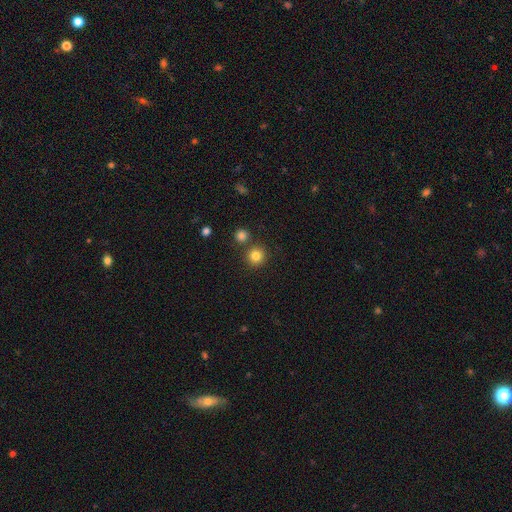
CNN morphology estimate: smooth_or_featured: smooth (p=0.82) [alt: star or artifact p=0.13]
how_rounded: round (p=0.93) [alt: in between p=0.06]
merging: none (p=0.81) [alt: merger p=0.10]